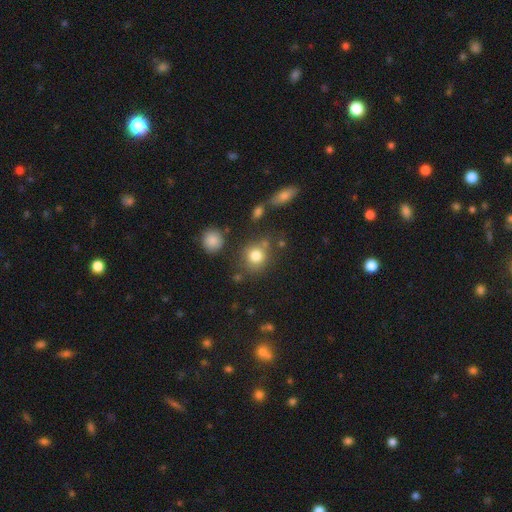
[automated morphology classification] A smooth galaxy with no disk features (81%) that is round (82%).

Vote fractions:
- Smooth or featured? smooth: 81% / star or artifact: 11% / featured or disk: 8%
- How rounded? round: 82% / in between: 17% / cigar-shaped: 1%
- Merging? none: 69% / minor disturbance: 14% / merger: 11% / major disturbance: 6%